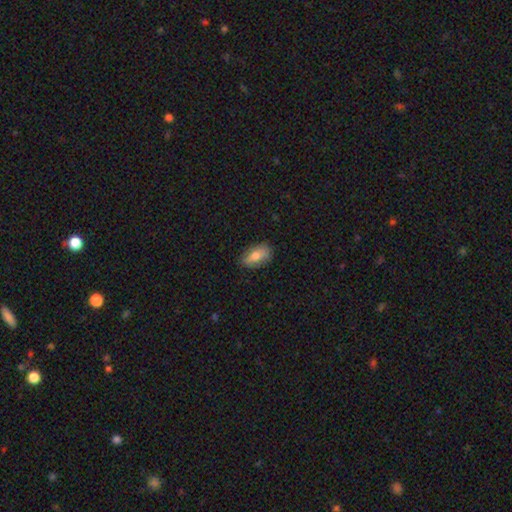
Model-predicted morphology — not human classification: Smooth or featured?
  - smooth: 72% *
  - featured or disk: 20%
  - star or artifact: 7%
How rounded?
  - in between: 89% *
  - round: 6%
  - cigar-shaped: 5%
Merging?
  - none: 79% *
  - minor disturbance: 17%
  - major disturbance: 3%
  - merger: 1%